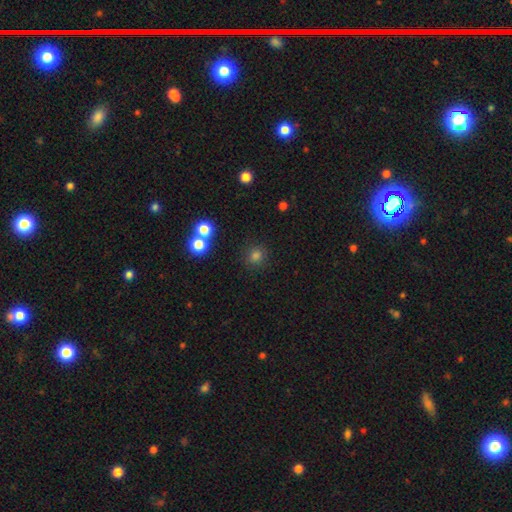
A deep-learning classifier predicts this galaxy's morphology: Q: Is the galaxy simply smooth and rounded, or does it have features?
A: smooth — 79%.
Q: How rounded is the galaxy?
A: round — 88%.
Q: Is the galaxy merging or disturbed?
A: none — 84%.